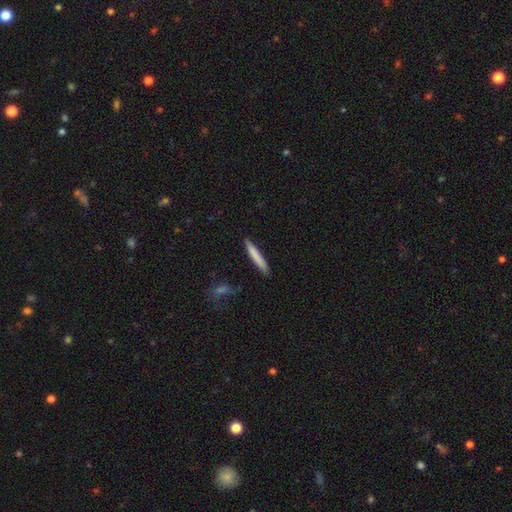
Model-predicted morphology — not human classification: This is likely a smooth galaxy (79%). How rounded: clearly cigar-shaped (95%). Merging: clearly none (89%).